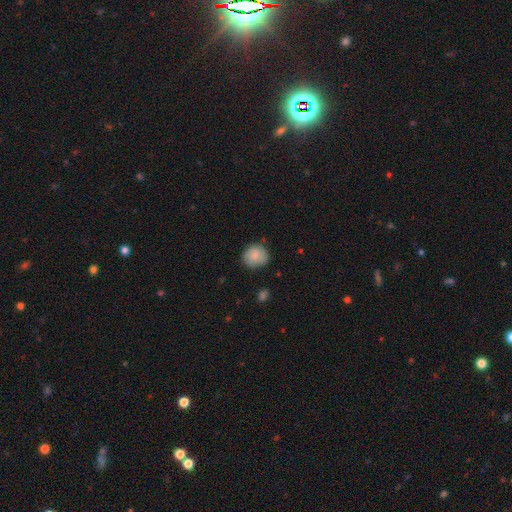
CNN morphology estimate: Smooth or featured?
  - smooth: 80% *
  - featured or disk: 13%
  - star or artifact: 7%
How rounded?
  - round: 79% *
  - in between: 20%
  - cigar-shaped: 1%
Merging?
  - none: 74% *
  - minor disturbance: 20%
  - major disturbance: 4%
  - merger: 2%